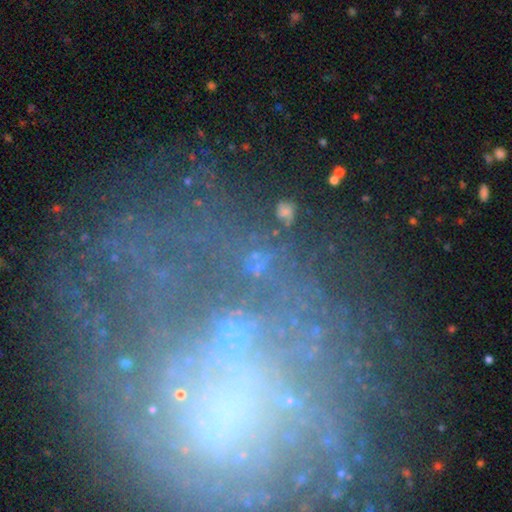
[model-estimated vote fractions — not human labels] Smooth or featured?
  - featured or disk: 42% *
  - star or artifact: 40%
  - smooth: 18%
Merging?
  - none: 63% *
  - minor disturbance: 16%
  - major disturbance: 14%
  - merger: 7%